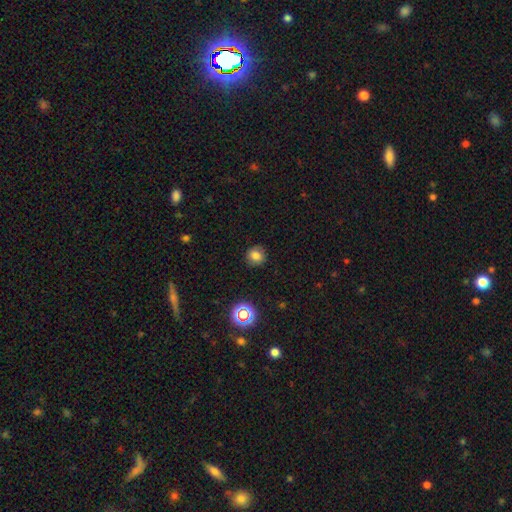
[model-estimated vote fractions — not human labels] Smooth or featured? Predicted: smooth (p=0.78). How rounded? Predicted: round (p=0.87). Merging? Predicted: none (p=0.88).